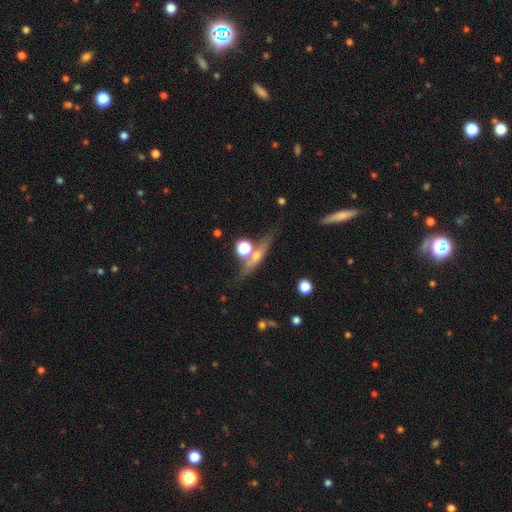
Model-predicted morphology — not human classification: A featured or disk galaxy (56%) viewed edge-on (88%). Merging: none (71%).